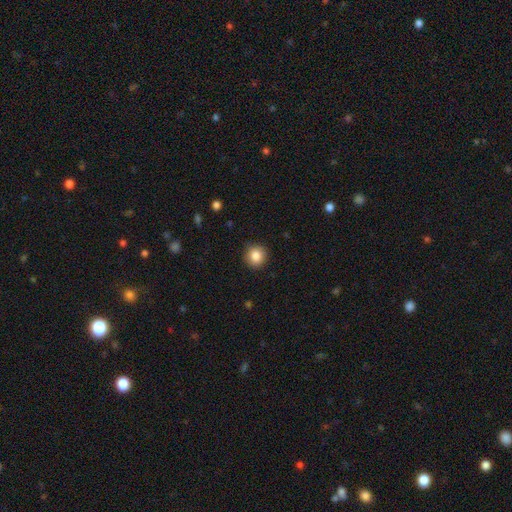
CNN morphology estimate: A smooth galaxy with no disk features (86%) that is round (90%). Merging: none (90%).